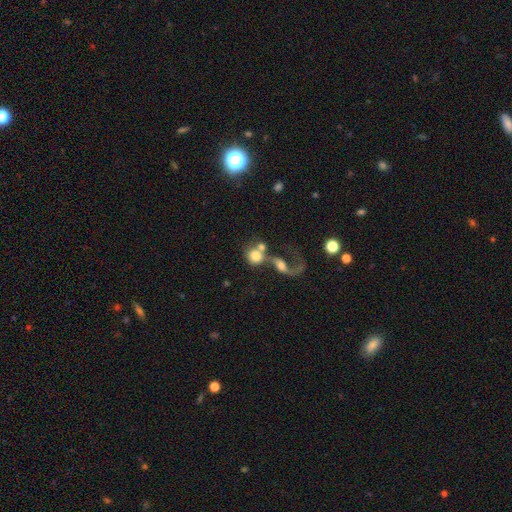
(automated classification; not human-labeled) smooth-or-featured: smooth: 61% | featured or disk: 29% | star or artifact: 10%
  how-rounded: round: 76% | in between: 22% | cigar-shaped: 2%
  merging: merger: 57% | none: 21% | major disturbance: 15% | minor disturbance: 7%